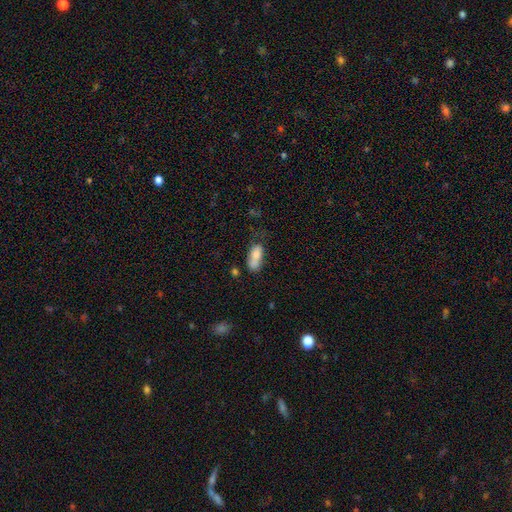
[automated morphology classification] Smooth or featured? Predicted: smooth (p=0.76). How rounded? Predicted: in between (p=0.83). Merging? Predicted: none (p=0.41).